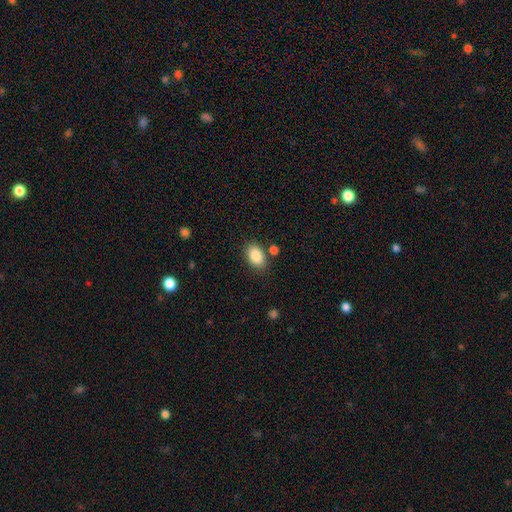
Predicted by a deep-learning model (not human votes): Smooth or featured?
  - smooth: 88% *
  - star or artifact: 8%
  - featured or disk: 5%
How rounded?
  - in between: 87% *
  - round: 11%
  - cigar-shaped: 1%
Merging?
  - none: 80% *
  - minor disturbance: 11%
  - merger: 6%
  - major disturbance: 3%